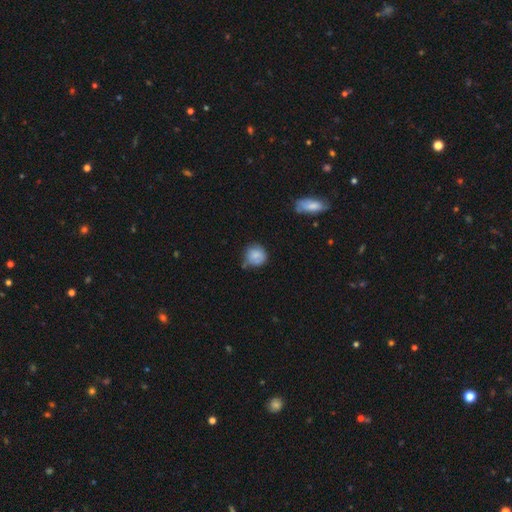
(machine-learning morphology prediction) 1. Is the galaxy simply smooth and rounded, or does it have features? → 75% smooth, 17% featured or disk, 8% star or artifact.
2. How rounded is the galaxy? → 83% round, 16% in between, 1% cigar-shaped.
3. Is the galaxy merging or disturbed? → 56% none, 30% minor disturbance, 8% major disturbance, 6% merger.